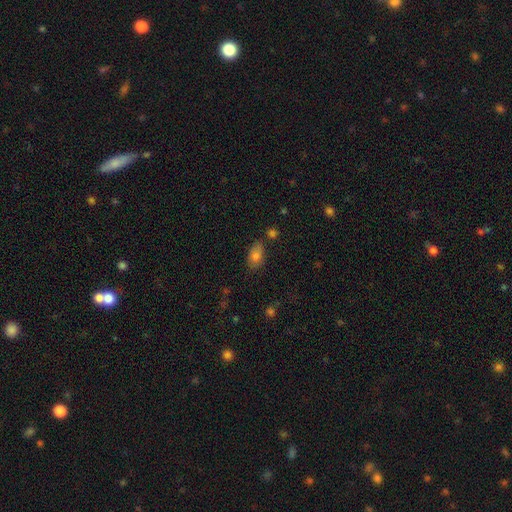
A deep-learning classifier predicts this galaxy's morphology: Smooth or featured? Predicted: smooth (p=0.81). How rounded? Predicted: in between (p=0.89). Merging? Predicted: none (p=0.68).